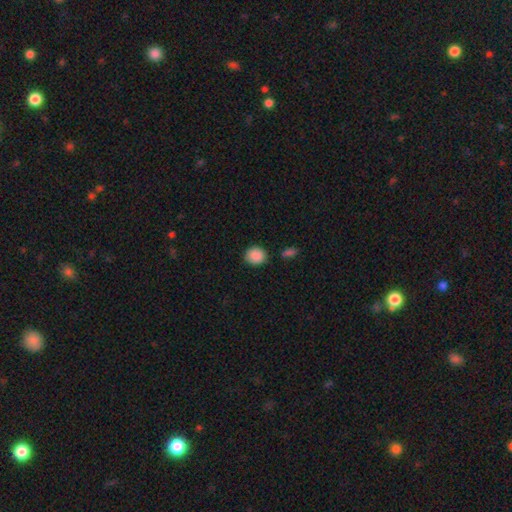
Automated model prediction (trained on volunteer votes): Smooth or featured: smooth — 89% (star or artifact — 8%)
How rounded: round — 77% (in between — 22%)
Merging: none — 84% (minor disturbance — 10%)